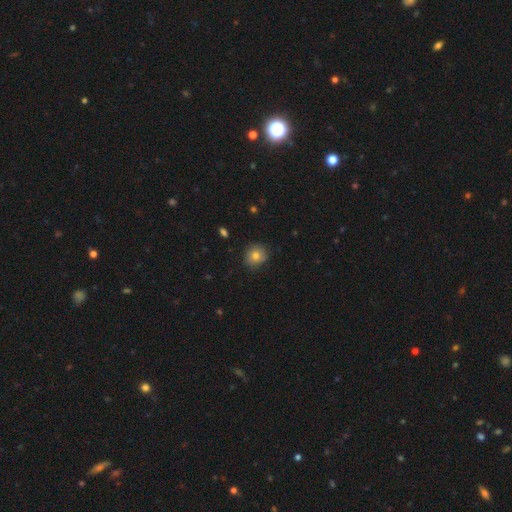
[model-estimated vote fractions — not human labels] smooth-or-featured: smooth: 75% | featured or disk: 14% | star or artifact: 10%
  how-rounded: round: 88% | in between: 11% | cigar-shaped: 1%
  merging: none: 81% | minor disturbance: 15% | major disturbance: 3% | merger: 1%